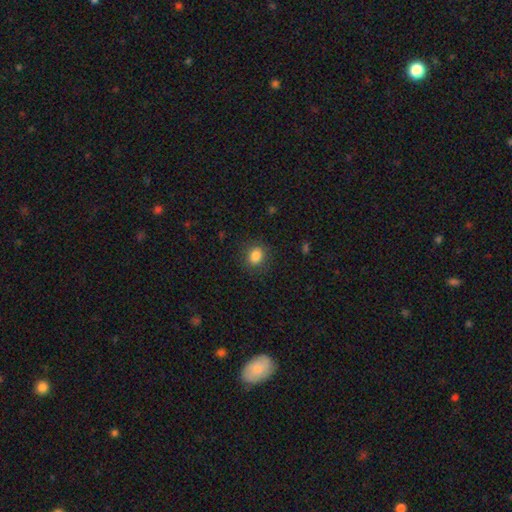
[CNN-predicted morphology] type=smooth (84%); roundness=round (59%); merging=none (86%).